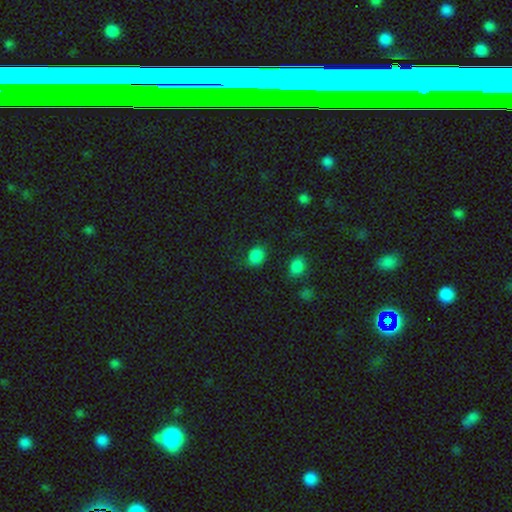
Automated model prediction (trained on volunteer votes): Smooth or featured? Predicted: smooth (p=0.82). How rounded? Predicted: round (p=0.59). Merging? Predicted: none (p=0.73).